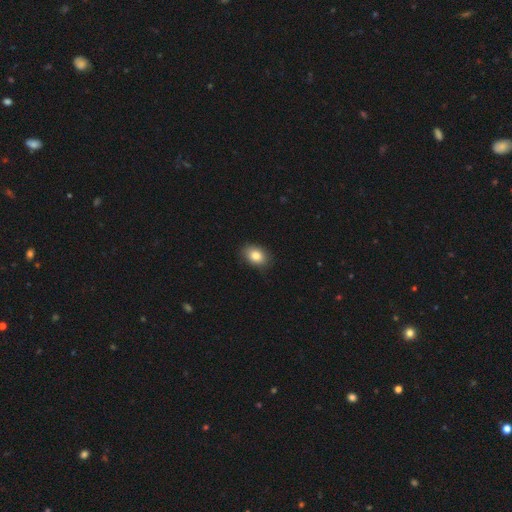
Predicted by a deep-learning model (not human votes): The model was most divided on "how rounded": in between: 76%, round: 22%, cigar-shaped: 1%. More confident: merging — none (85%); smooth or featured — smooth (83%).